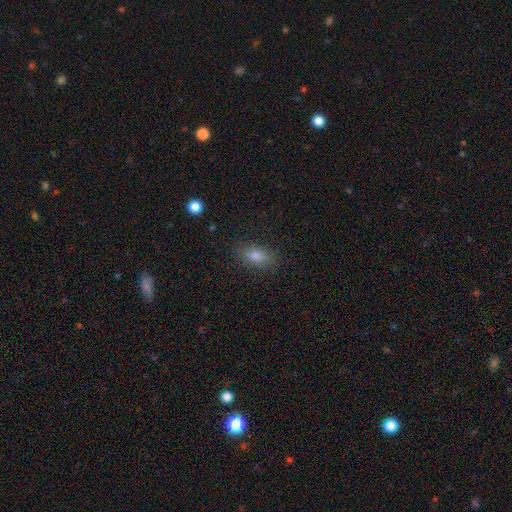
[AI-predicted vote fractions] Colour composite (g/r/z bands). It shows a smooth galaxy with no disk features (78%) that is in between round and cigar-shaped (84%). Merging: none (84%).